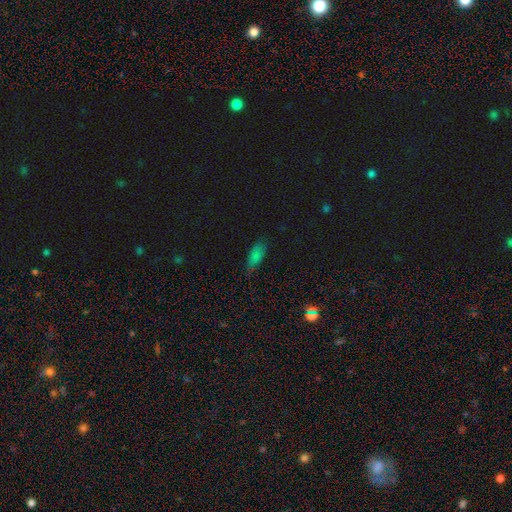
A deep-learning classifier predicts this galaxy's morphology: smooth 74%, star or artifact 17%, featured or disk 9%. Down the decision tree: how rounded — in between (74%); merging — none (70%).